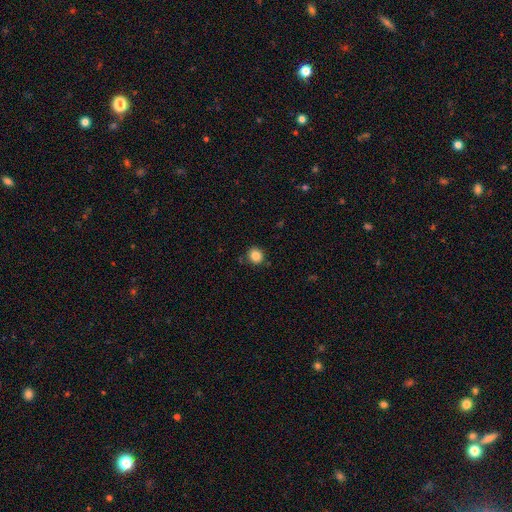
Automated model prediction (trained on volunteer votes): A smooth galaxy with no disk features (84%) that is round (87%).

Vote fractions:
- Smooth or featured? smooth: 84% / star or artifact: 10% / featured or disk: 5%
- How rounded? round: 87% / in between: 12% / cigar-shaped: 1%
- Merging? none: 87% / minor disturbance: 8% / merger: 3% / major disturbance: 2%